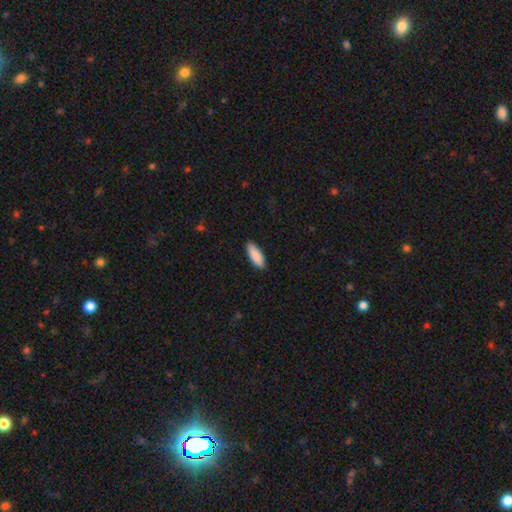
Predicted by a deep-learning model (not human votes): Smooth or featured? Predicted: smooth (p=0.89). How rounded? Predicted: in between (p=0.70). Merging? Predicted: none (p=0.89).